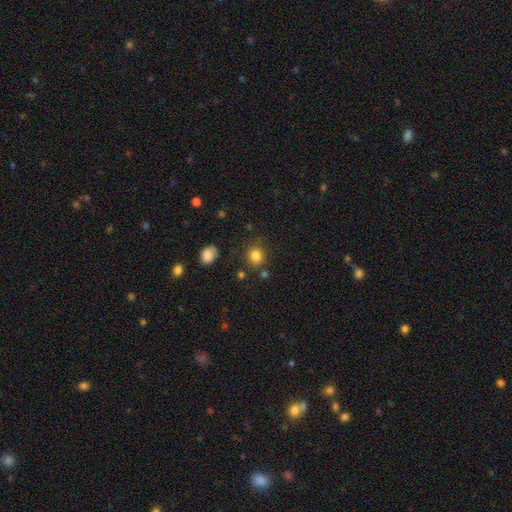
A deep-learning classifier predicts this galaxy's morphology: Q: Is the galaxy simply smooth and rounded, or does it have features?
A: smooth — 83%.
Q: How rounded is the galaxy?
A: round — 78%.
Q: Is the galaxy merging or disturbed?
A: none — 80%.